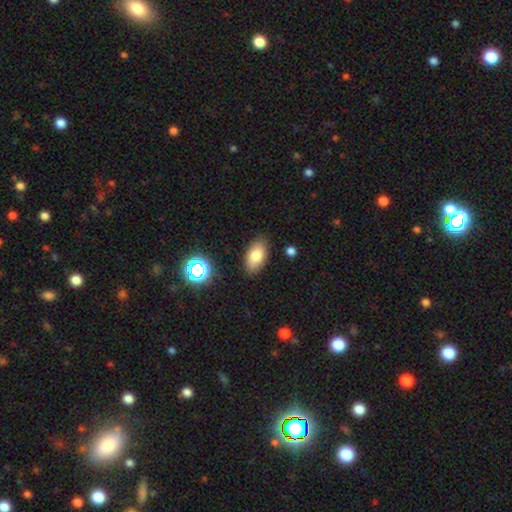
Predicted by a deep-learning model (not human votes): Overall: smooth (80%). How rounded: in between (92%). Merging: none (84%).